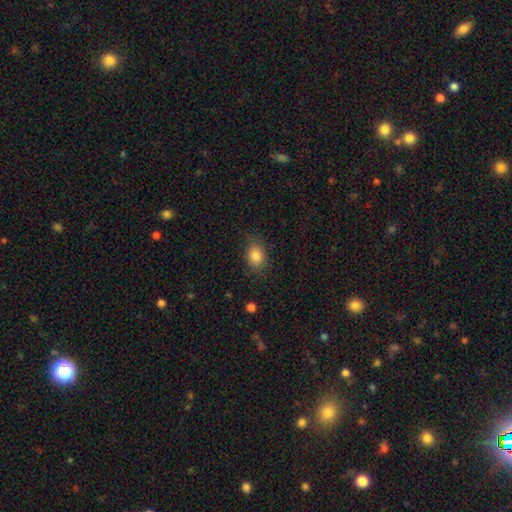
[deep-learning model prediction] This is clearly a smooth galaxy (84%). How rounded: likely in between (63%). Merging: clearly none (81%).